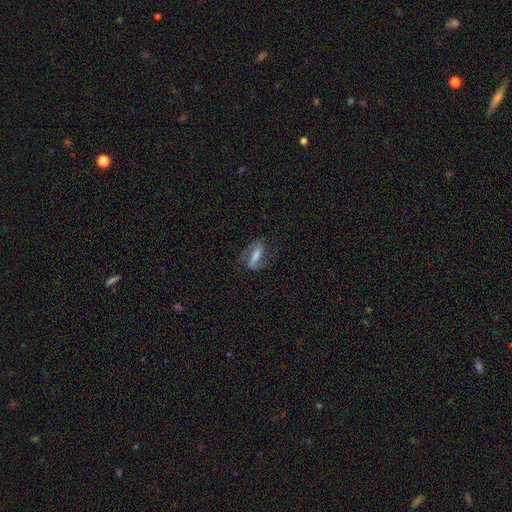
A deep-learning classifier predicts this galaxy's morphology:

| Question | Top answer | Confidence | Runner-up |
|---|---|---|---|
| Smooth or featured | featured or disk | 69% | smooth (23%) |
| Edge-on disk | no | 89% | yes (11%) |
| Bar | strong | 49% | weak (33%) |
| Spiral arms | yes | 88% | no (12%) |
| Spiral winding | medium | 45% | loose (34%) |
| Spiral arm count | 2 | 83% | 1 (8%) |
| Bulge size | moderate | 44% | small (30%) |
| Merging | none | 67% | minor disturbance (18%) |